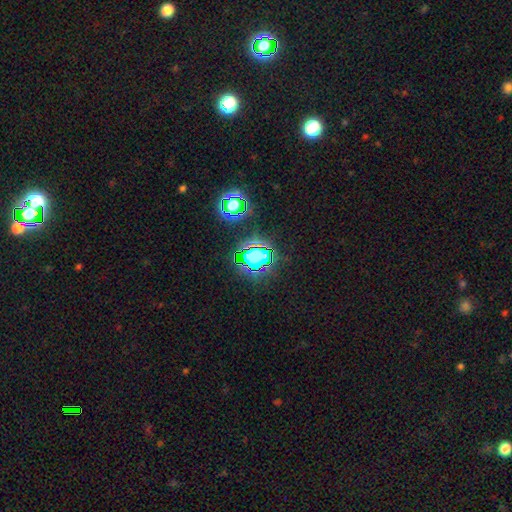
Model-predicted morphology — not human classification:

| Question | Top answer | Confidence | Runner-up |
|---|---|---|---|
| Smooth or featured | star or artifact | 62% | smooth (27%) |